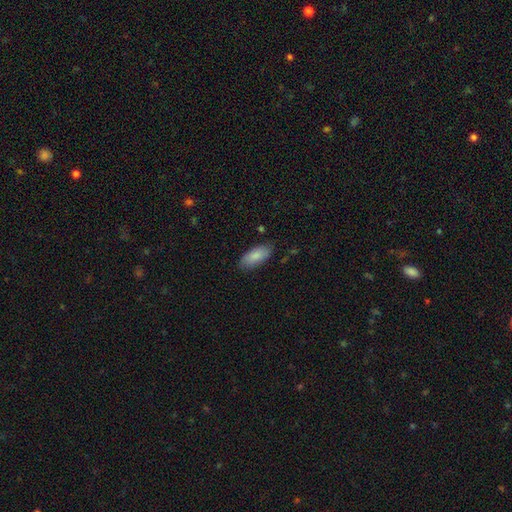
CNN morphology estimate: The model was most divided on "merging": none: 82%, minor disturbance: 14%, major disturbance: 3%, merger: 1%. More confident: smooth or featured — smooth (86%); how rounded — in between (86%).